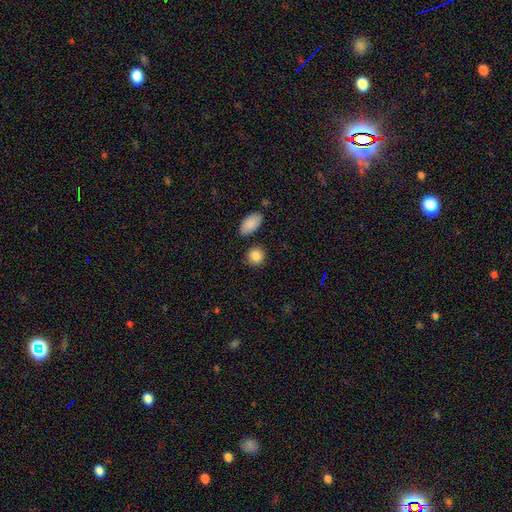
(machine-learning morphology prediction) Overall: smooth (87%). How rounded: round (81%). Merging: none (82%).